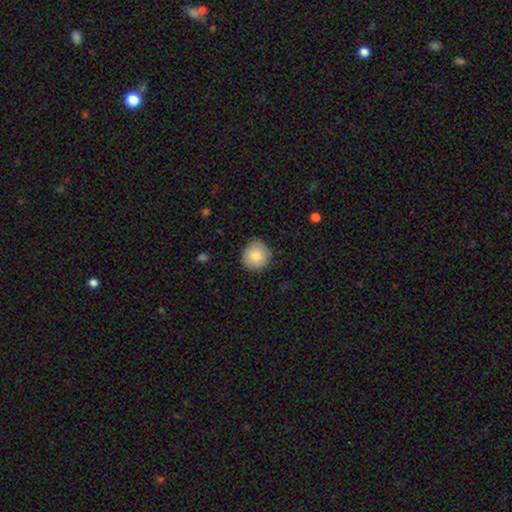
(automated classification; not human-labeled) Smooth or featured? smooth (82%)
How rounded? round (92%)
Merging? none (85%)